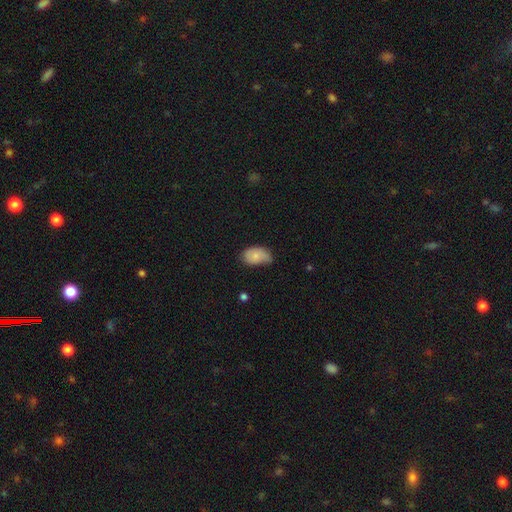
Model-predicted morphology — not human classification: This appears to be a smooth galaxy with no disk features (75%) that is in between round and cigar-shaped (90%). Merging: minor disturbance (45%).